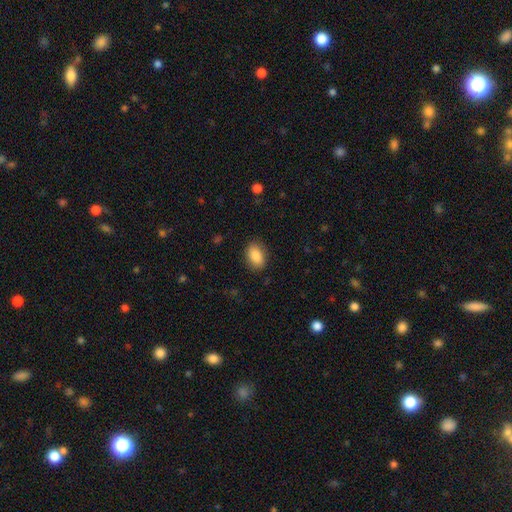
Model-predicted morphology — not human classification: type=smooth (87%); roundness=in between (87%); merging=none (85%).